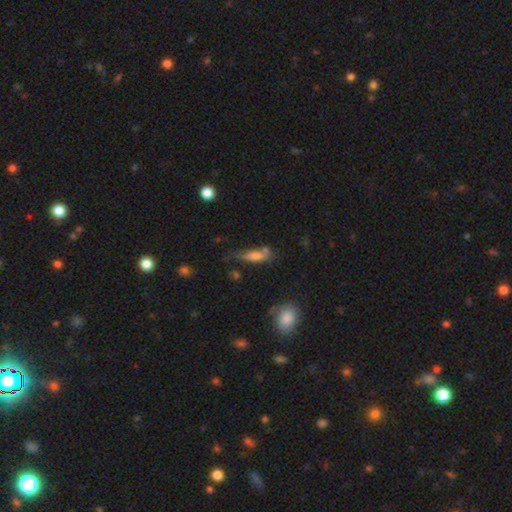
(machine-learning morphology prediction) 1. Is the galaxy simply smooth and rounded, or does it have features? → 65% smooth, 26% featured or disk, 9% star or artifact.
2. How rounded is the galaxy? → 54% cigar-shaped, 43% in between, 3% round.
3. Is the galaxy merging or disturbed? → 48% none, 27% minor disturbance, 13% merger, 12% major disturbance.